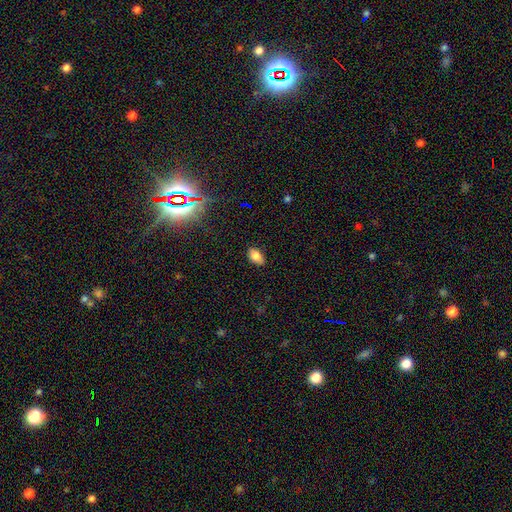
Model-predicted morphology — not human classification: This appears to be a smooth galaxy with no disk features (80%) that is in between round and cigar-shaped (90%). Merging: none (85%).